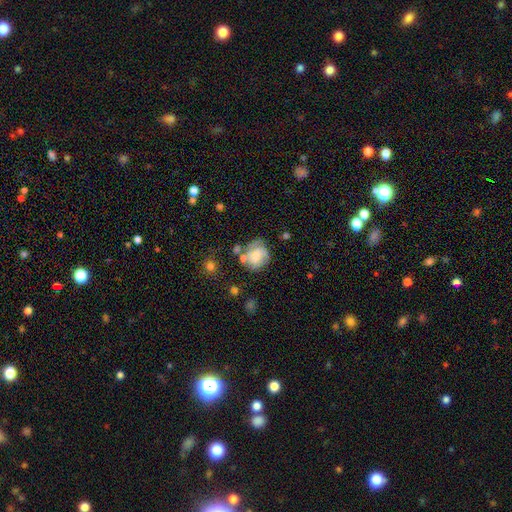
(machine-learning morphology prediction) Overall: featured or disk (50%; smooth 41%). Edge-on disk: no (97%). Merging: none (50%; minor disturbance 24%).